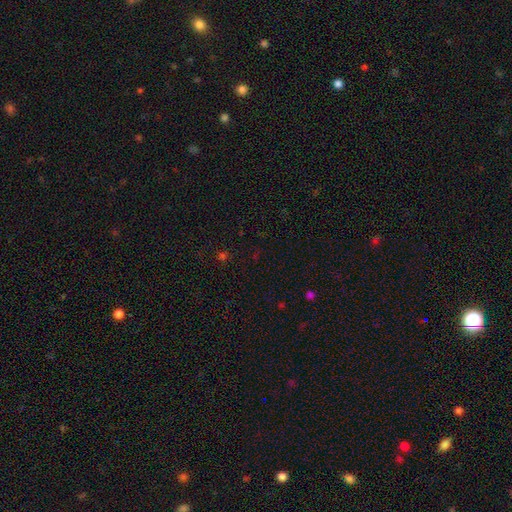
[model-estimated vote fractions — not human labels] A star or artifact, not a galaxy (61%).

Vote fractions:
- Smooth or featured? star or artifact: 61% / smooth: 31% / featured or disk: 8%